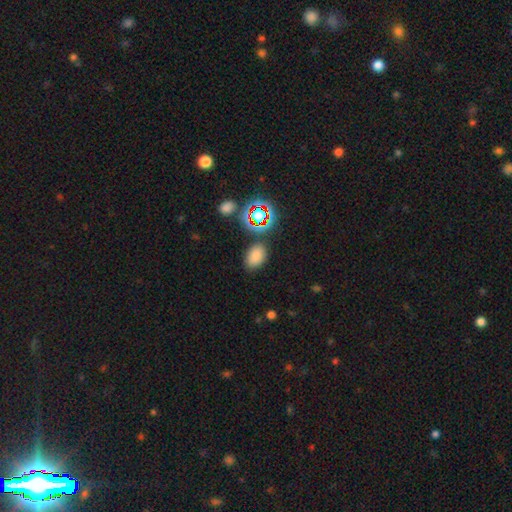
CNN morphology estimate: Smooth or featured?
  - smooth: 75% *
  - star or artifact: 19%
  - featured or disk: 6%
How rounded?
  - in between: 82% *
  - round: 16%
  - cigar-shaped: 1%
Merging?
  - none: 80% *
  - minor disturbance: 12%
  - merger: 4%
  - major disturbance: 4%